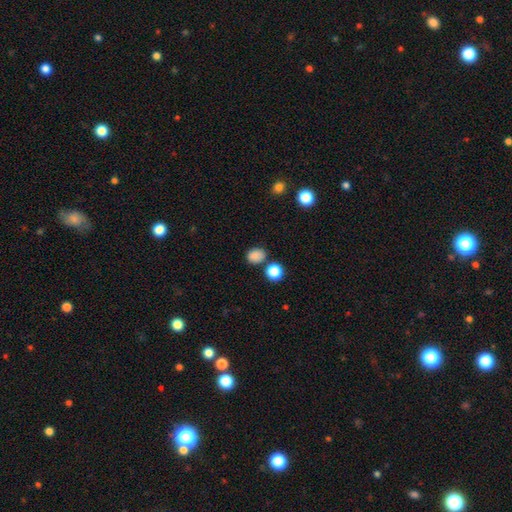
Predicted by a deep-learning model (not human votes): Q: Smooth or featured?
A: smooth (84%); runner-up: star or artifact (12%)
Q: How rounded?
A: in between (52%); runner-up: round (47%)
Q: Merging?
A: none (74%); runner-up: minor disturbance (14%)